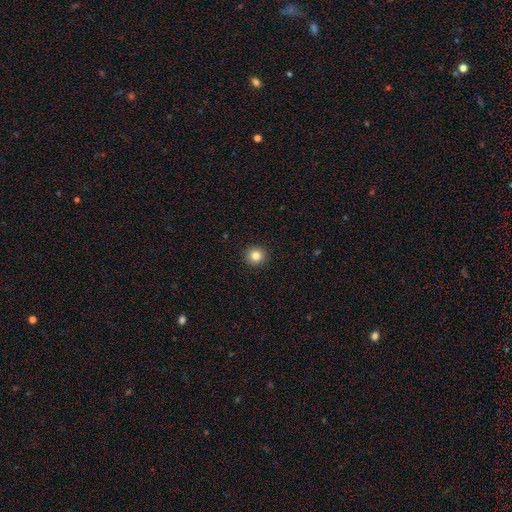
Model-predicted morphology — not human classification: This is clearly a smooth galaxy (83%). How rounded: clearly round (94%). Merging: clearly none (93%).